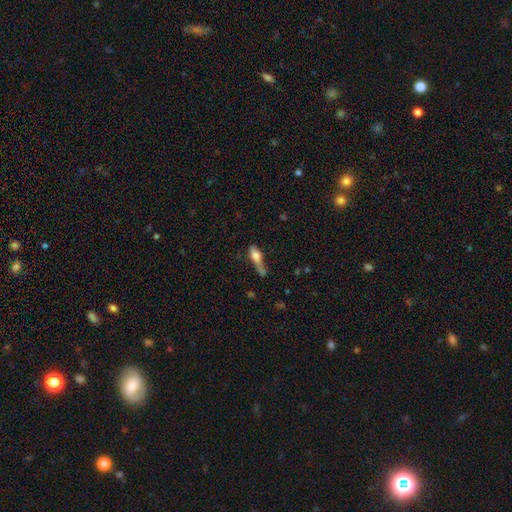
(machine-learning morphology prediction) smooth_or_featured: smooth (p=0.63) [alt: featured or disk p=0.27]
how_rounded: cigar-shaped (p=0.49) [alt: in between p=0.45]
merging: none (p=0.27) [tied with: major disturbance p=0.27]